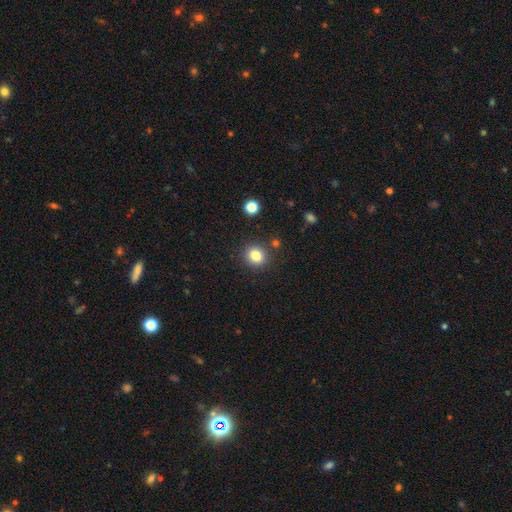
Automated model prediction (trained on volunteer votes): The model was most divided on "how rounded": round: 78%, in between: 21%, cigar-shaped: 1%. More confident: merging — none (86%); smooth or featured — smooth (82%).